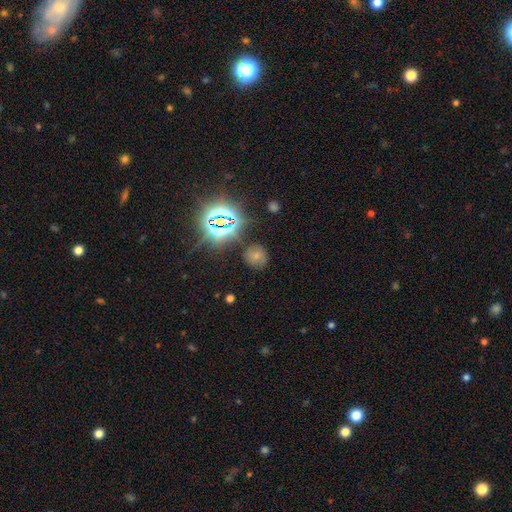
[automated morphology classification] This appears to be a smooth galaxy with no disk features (57%) that is round (83%). Merging: none (78%).